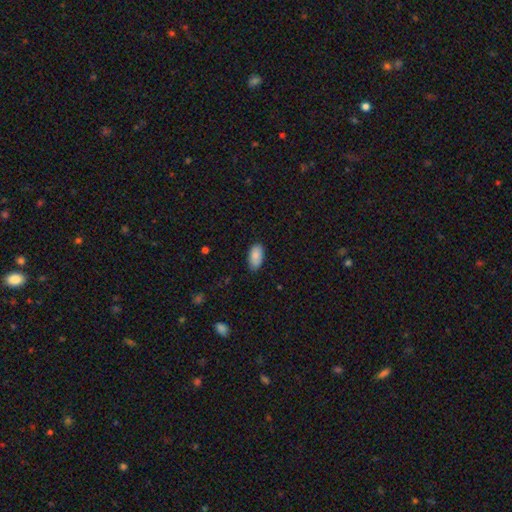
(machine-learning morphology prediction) Smooth or featured? Predicted: smooth (p=0.86). How rounded? Predicted: in between (p=0.95). Merging? Predicted: none (p=0.81).